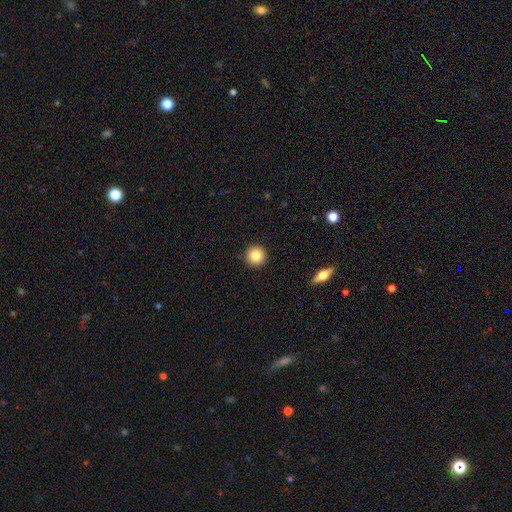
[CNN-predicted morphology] This appears to be a smooth galaxy with no disk features (83%) that is round (95%). Merging: none (92%).